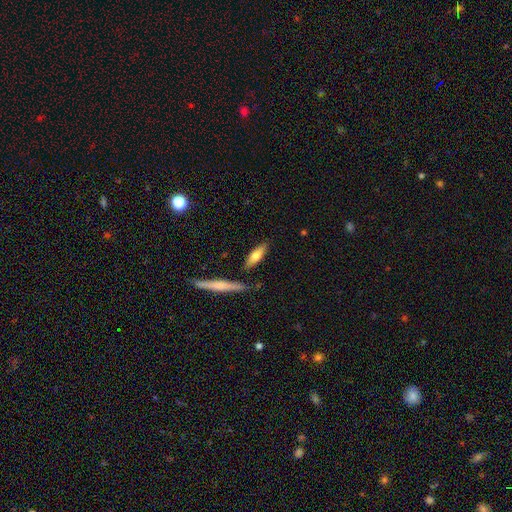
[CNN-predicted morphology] This is likely a smooth galaxy (68%). How rounded: possibly cigar-shaped (56%). Merging: likely none (80%).